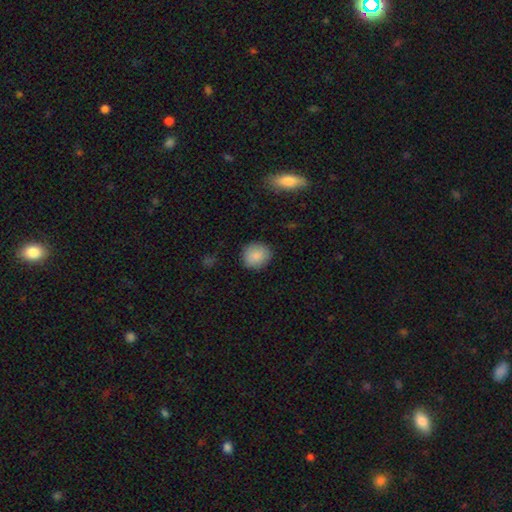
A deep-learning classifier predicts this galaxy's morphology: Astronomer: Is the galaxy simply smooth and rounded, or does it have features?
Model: smooth — 87%.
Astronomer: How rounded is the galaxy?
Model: round — 83%.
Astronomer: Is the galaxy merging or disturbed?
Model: none — 87%.